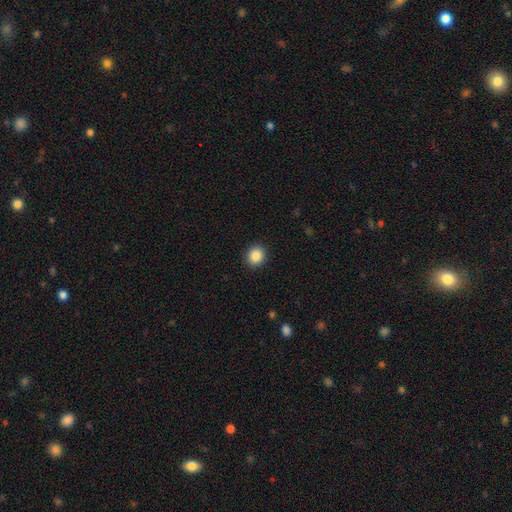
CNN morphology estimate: smooth-or-featured: smooth: 87% | star or artifact: 9% | featured or disk: 4%
  how-rounded: round: 79% | in between: 20% | cigar-shaped: 1%
  merging: none: 92% | minor disturbance: 6% | major disturbance: 2% | merger: 1%